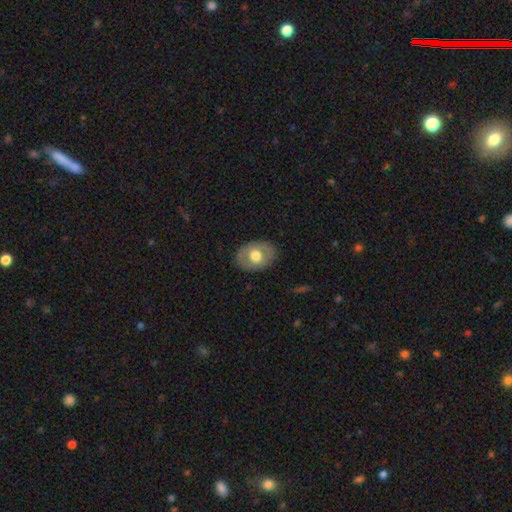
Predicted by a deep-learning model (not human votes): Smooth or featured: smooth — 59% (featured or disk — 35%)
How rounded: in between — 67% (round — 32%)
Merging: none — 85% (minor disturbance — 11%)